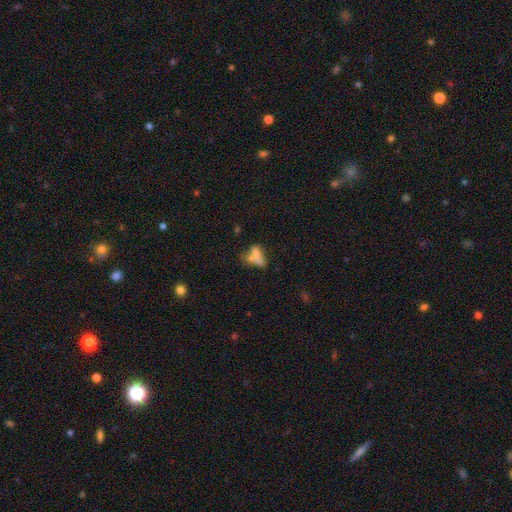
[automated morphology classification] The model was most divided on "merging": merger: 38%, none: 29%, major disturbance: 16%, minor disturbance: 16%. More confident: how rounded — in between (70%); smooth or featured — smooth (62%).